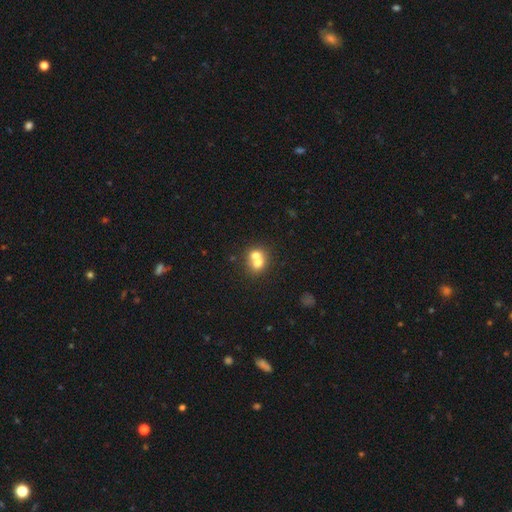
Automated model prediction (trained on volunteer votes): Smooth or featured? smooth (66%)
How rounded? round (71%)
Merging? merger (66%)